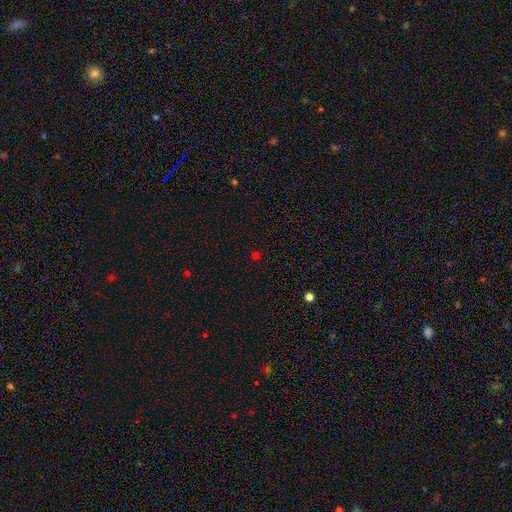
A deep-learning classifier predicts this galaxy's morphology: A smooth galaxy with no disk features (51%) that is round (88%). Merging: none (85%).